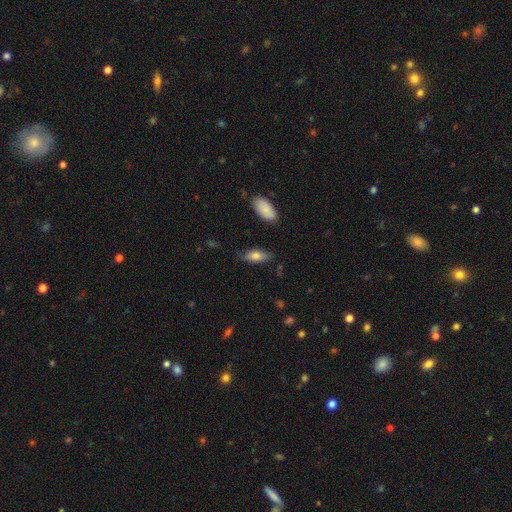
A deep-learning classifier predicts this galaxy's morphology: This appears to be a smooth galaxy with no disk features (73%) that is in between round and cigar-shaped (76%). Merging: none (76%).